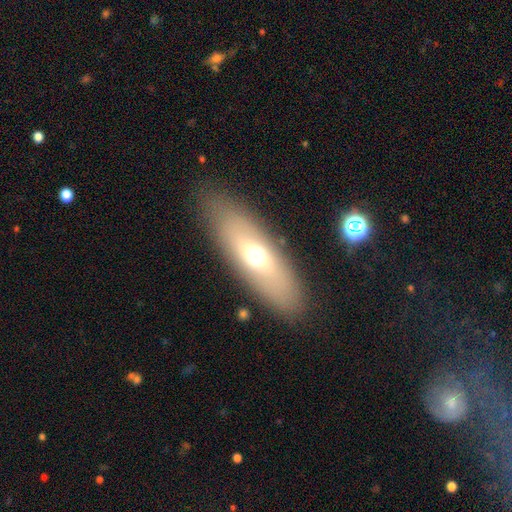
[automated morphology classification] type=smooth (57%); roundness=in between (63%); merging=none (83%).